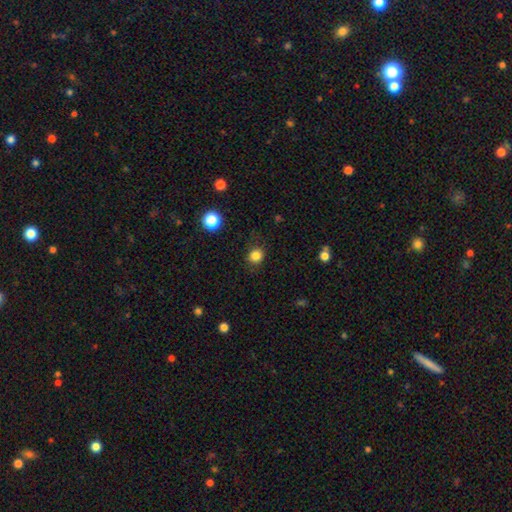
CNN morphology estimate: Smooth or featured: smooth — 84% (star or artifact — 12%)
How rounded: round — 86% (in between — 13%)
Merging: none — 86% (minor disturbance — 10%)